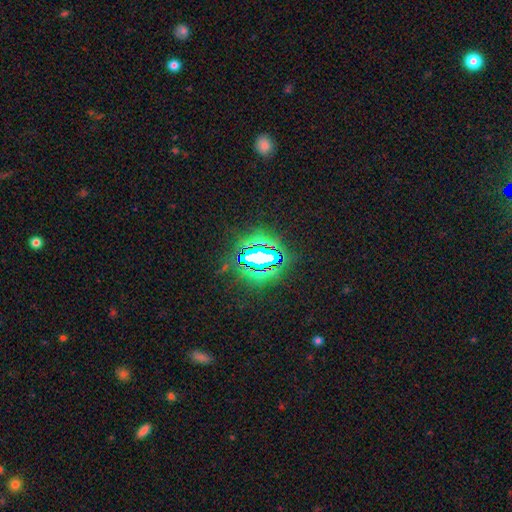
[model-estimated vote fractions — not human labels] This is likely a star or artifact rather than a galaxy (73%).